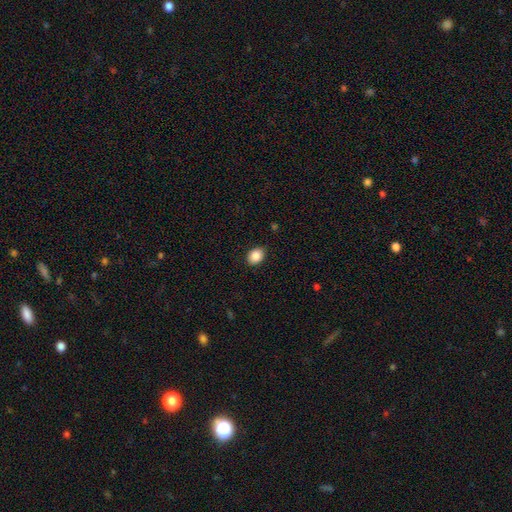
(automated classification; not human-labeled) Smooth or featured? smooth (88%)
How rounded? in between (66%)
Merging? none (88%)